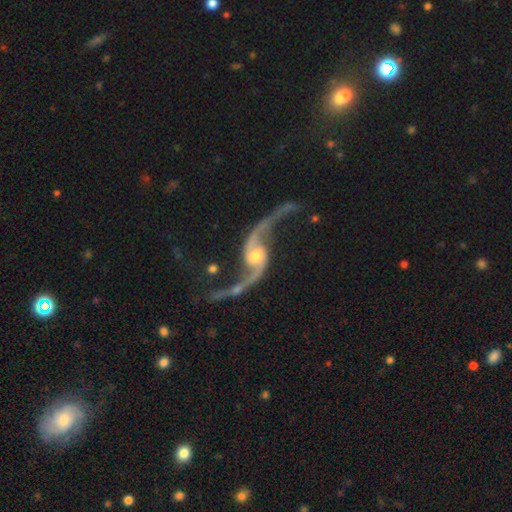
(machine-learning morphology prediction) smooth_or_featured: featured or disk (p=0.93) [alt: star or artifact p=0.04]
disk_edge_on: no (p=0.96) [alt: yes p=0.04]
bar: no (p=0.59) [alt: weak p=0.30]
has_spiral_arms: yes (p=0.97) [alt: no p=0.03]
spiral_winding: loose (p=0.93) [alt: medium p=0.05]
spiral_arm_count: 2 (p=0.95) [alt: 1 p=0.01]
bulge_size: moderate (p=0.59) [alt: small p=0.29]
merging: none (p=0.61) [alt: major disturbance p=0.15]